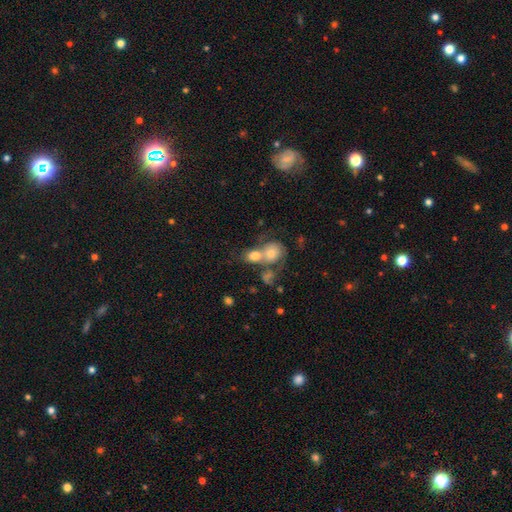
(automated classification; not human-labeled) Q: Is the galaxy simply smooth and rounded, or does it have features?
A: smooth — 64%.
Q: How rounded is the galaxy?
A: round — 53%.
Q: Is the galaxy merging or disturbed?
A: merger — 61%.